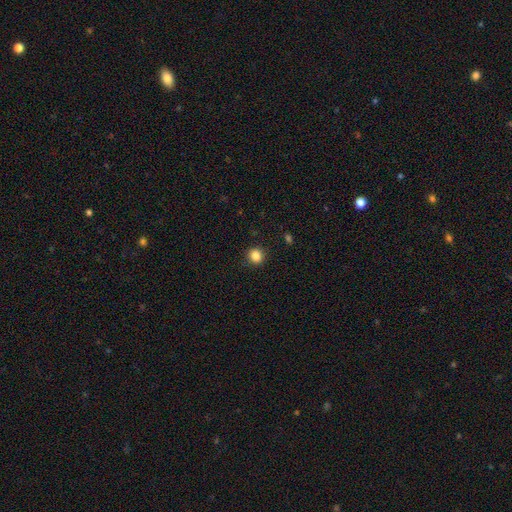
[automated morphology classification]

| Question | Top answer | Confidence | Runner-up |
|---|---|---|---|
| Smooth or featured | smooth | 85% | star or artifact (11%) |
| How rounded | round | 90% | in between (9%) |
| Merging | none | 91% | minor disturbance (6%) |